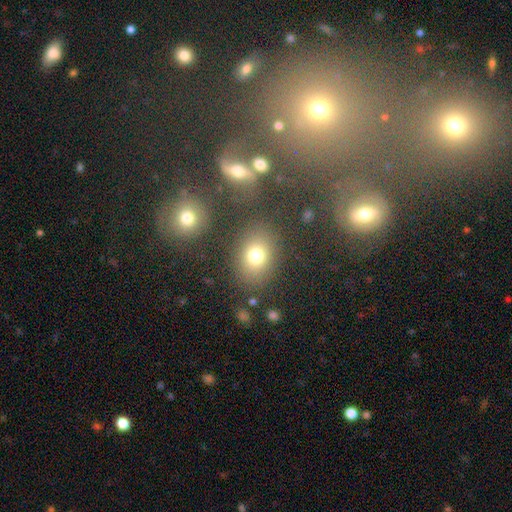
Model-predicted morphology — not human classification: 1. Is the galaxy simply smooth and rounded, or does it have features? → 75% smooth, 15% star or artifact, 10% featured or disk.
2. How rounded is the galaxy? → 52% in between, 47% round, 1% cigar-shaped.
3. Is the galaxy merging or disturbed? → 78% none, 11% minor disturbance, 6% major disturbance, 5% merger.